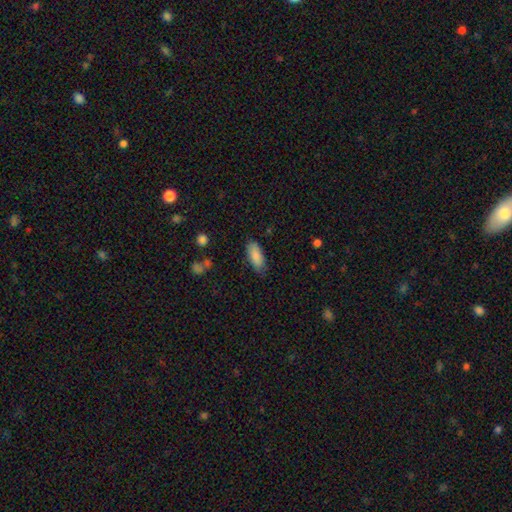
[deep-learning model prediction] Smooth or featured: smooth — 87% (featured or disk — 6%)
How rounded: in between — 83% (cigar-shaped — 16%)
Merging: none — 78% (minor disturbance — 17%)